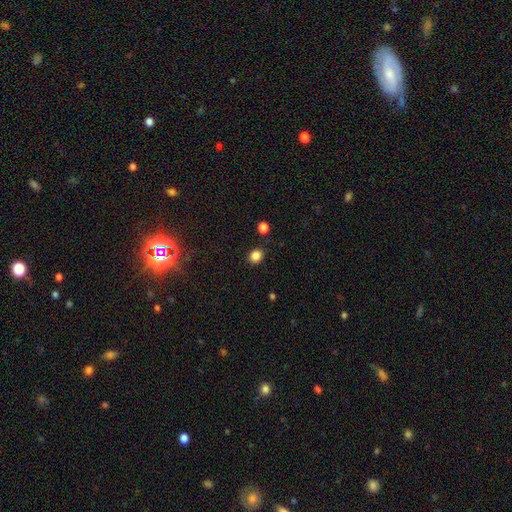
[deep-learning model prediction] This appears to be a smooth galaxy with no disk features (85%) that is round (64%). Merging: none (86%).